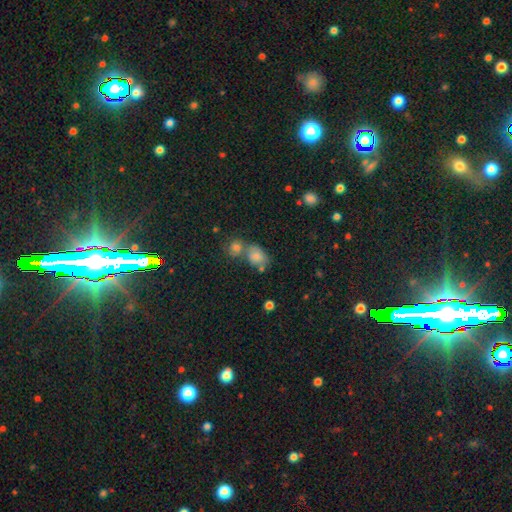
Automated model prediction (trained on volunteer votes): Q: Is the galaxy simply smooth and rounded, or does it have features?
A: smooth — 63%.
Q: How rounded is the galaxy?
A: in between — 57%.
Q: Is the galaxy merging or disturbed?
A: none — 47%.